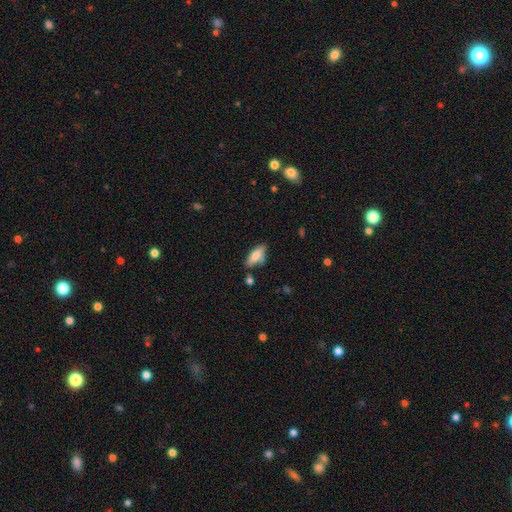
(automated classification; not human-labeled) Overall: smooth (72%). How rounded: in between (72%). Merging: none (64%).